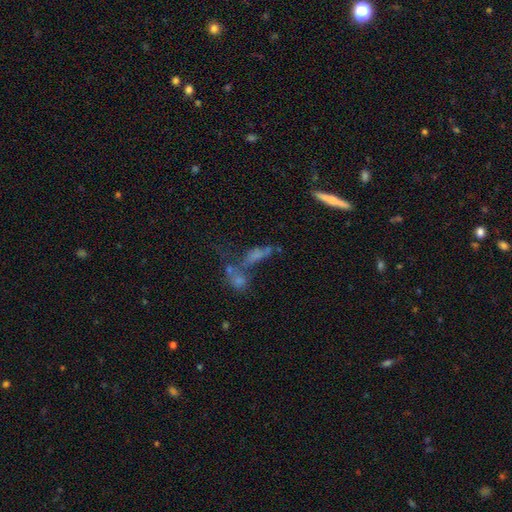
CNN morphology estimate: Smooth or featured: smooth — 40% (featured or disk — 35%)
Merging: merger — 49% (none — 28%)